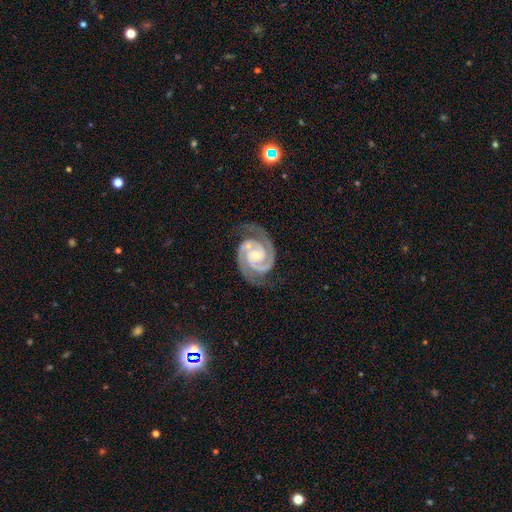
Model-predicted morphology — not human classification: Q: Smooth or featured?
A: featured or disk (94%); runner-up: star or artifact (4%)
Q: Edge-on disk?
A: no (98%); runner-up: yes (2%)
Q: Bar?
A: no (56%); runner-up: weak (30%)
Q: Spiral arms?
A: yes (99%); runner-up: no (1%)
Q: Spiral winding?
A: tight (62%); runner-up: medium (35%)
Q: Spiral arm count?
A: 2 (93%); runner-up: 3 (3%)
Q: Bulge size?
A: small (63%); runner-up: moderate (33%)
Q: Merging?
A: none (77%); runner-up: minor disturbance (15%)